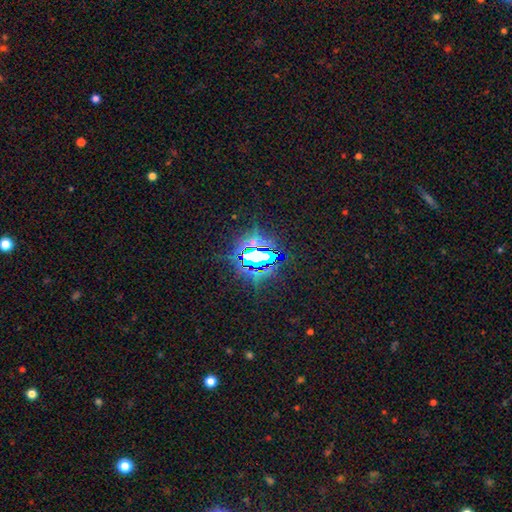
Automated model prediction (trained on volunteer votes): smooth-or-featured: star or artifact: 77% | smooth: 13% | featured or disk: 10%